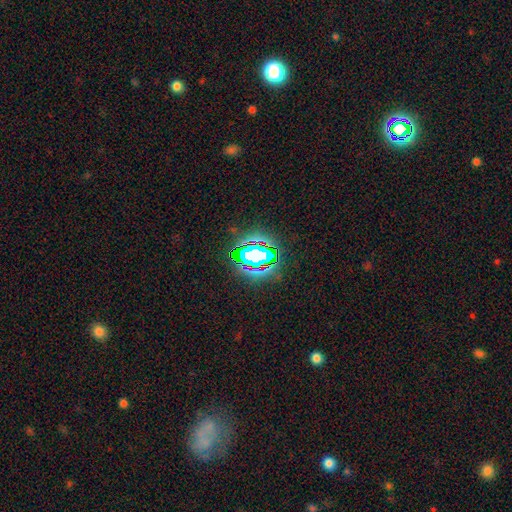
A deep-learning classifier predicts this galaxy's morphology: Smooth or featured: star or artifact — 66% (smooth — 20%)